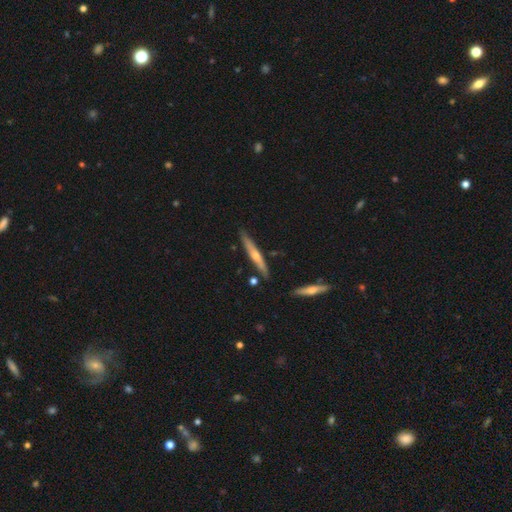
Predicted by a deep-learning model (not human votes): smooth-or-featured: featured or disk: 57% | smooth: 37% | star or artifact: 6%
  disk-edge-on: yes: 95% | no: 5%
    edge-on-bulge: rounded: 75% | none: 21% | boxy: 4%
  merging: none: 83% | minor disturbance: 11% | merger: 4% | major disturbance: 2%